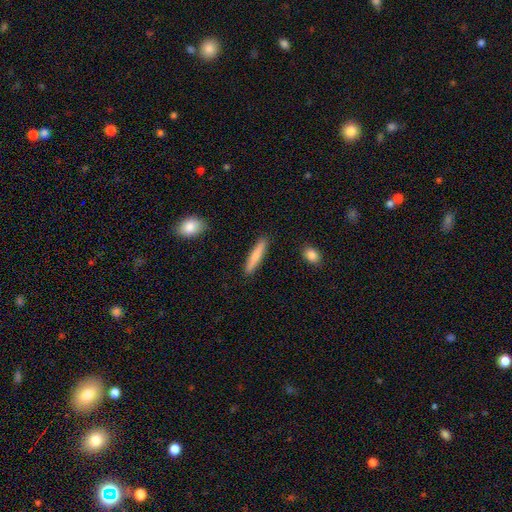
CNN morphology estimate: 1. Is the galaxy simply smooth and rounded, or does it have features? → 77% smooth, 18% featured or disk, 6% star or artifact.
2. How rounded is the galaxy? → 91% cigar-shaped, 7% in between, 1% round.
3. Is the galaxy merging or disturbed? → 90% none, 7% minor disturbance, 2% major disturbance, 2% merger.